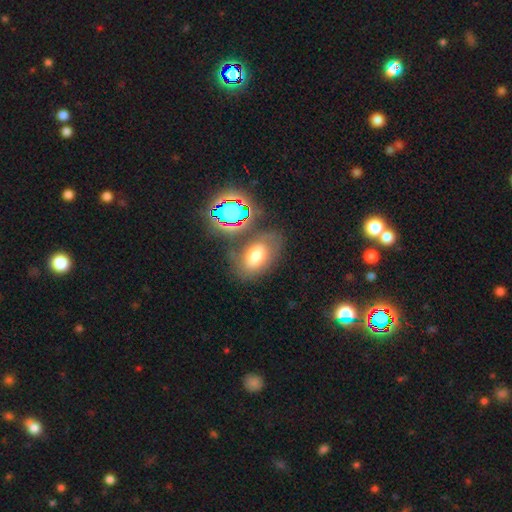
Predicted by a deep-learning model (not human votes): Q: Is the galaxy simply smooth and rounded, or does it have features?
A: smooth — 65%.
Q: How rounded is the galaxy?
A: in between — 87%.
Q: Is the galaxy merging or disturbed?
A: none — 66%.